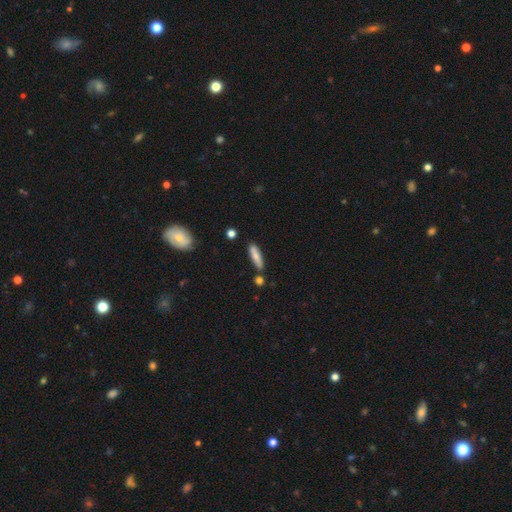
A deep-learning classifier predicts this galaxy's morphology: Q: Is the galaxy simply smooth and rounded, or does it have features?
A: smooth — 75%.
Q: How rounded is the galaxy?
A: cigar-shaped — 75%.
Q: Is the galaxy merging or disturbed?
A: none — 78%.